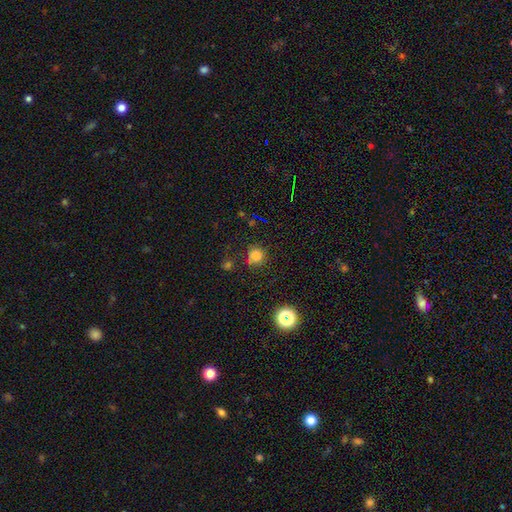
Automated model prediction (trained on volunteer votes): Smooth or featured: smooth — 78% (star or artifact — 17%)
How rounded: round — 92% (in between — 7%)
Merging: none — 78% (minor disturbance — 12%)